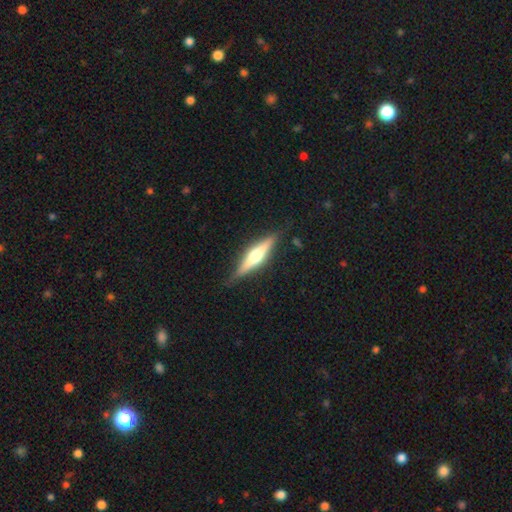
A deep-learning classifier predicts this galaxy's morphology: Smooth or featured? Predicted: featured or disk (p=0.63). Edge-on disk? Predicted: yes (p=0.95). Edge-on bulge? Predicted: rounded (p=0.89). Merging? Predicted: none (p=0.84).